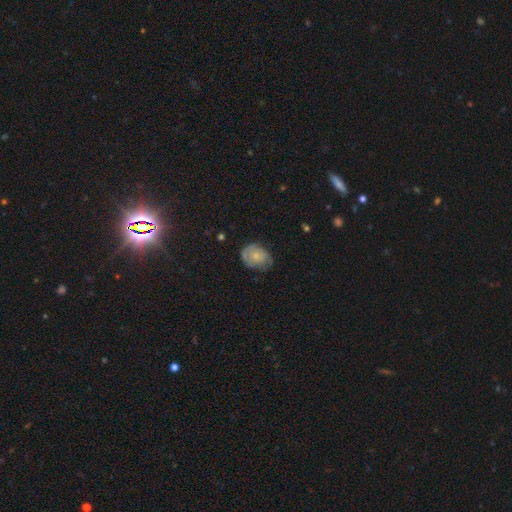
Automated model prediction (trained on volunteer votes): Q: Smooth or featured?
A: smooth (57%); runner-up: featured or disk (35%)
Q: How rounded?
A: in between (57%); runner-up: round (42%)
Q: Merging?
A: none (55%); runner-up: minor disturbance (31%)